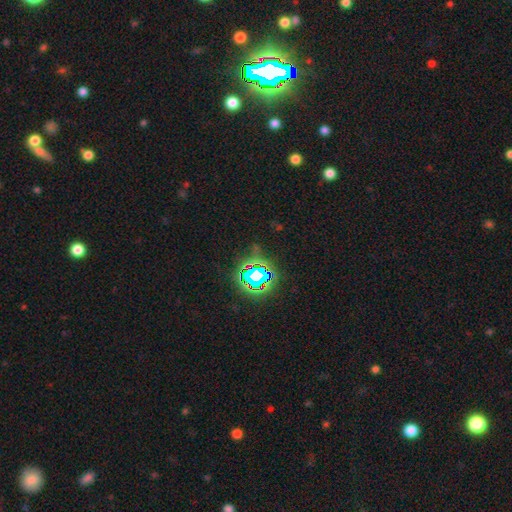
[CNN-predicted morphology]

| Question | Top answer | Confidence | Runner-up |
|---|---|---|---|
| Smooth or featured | star or artifact | 81% | smooth (11%) |